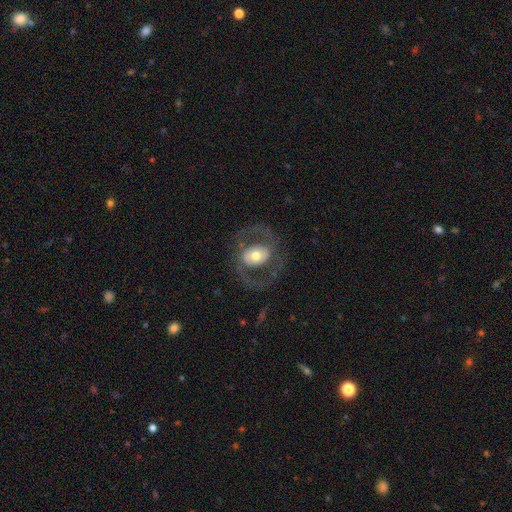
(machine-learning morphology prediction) Smooth or featured?
  - featured or disk: 75% *
  - smooth: 20%
  - star or artifact: 6%
Edge-on disk?
  - no: 96% *
  - yes: 4%
Bar?
  - no: 52% *
  - weak: 30%
  - strong: 18%
Spiral arms?
  - yes: 72% *
  - no: 28%
Spiral winding?
  - medium: 55% *
  - loose: 26%
  - tight: 19%
Spiral arm count?
  - 2: 88% *
  - can't tell: 6%
  - 1: 3%
  - 3: 1%
  - 4: 1%
  - more than 4: 1%
Bulge size?
  - moderate: 65% *
  - large: 19%
  - small: 13%
  - dominant: 2%
  - none: 1%
Merging?
  - none: 71% *
  - major disturbance: 16%
  - minor disturbance: 12%
  - merger: 1%